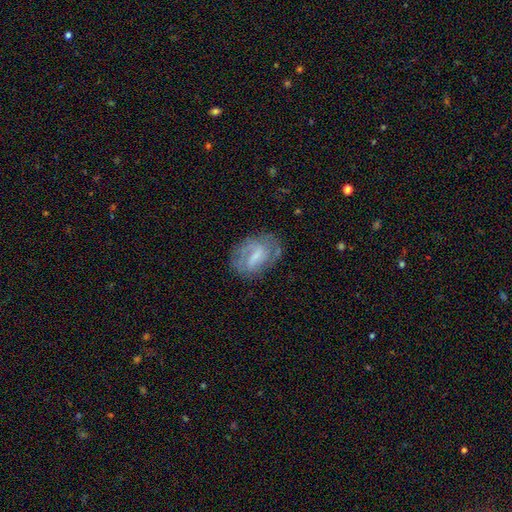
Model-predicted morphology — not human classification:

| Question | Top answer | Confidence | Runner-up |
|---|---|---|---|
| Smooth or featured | featured or disk | 61% | smooth (31%) |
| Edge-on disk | no | 96% | yes (4%) |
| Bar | weak | 47% | strong (32%) |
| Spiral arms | yes | 71% | no (29%) |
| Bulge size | small | 33% | none (32%) |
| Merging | none | 61% | minor disturbance (23%) |